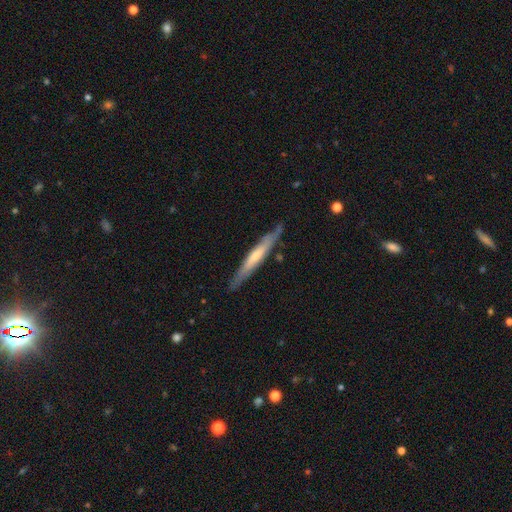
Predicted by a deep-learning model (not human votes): The model was most divided on "smooth or featured": featured or disk: 54%, smooth: 41%, star or artifact: 5%. More confident: edge-on disk — yes (90%); merging — none (82%).